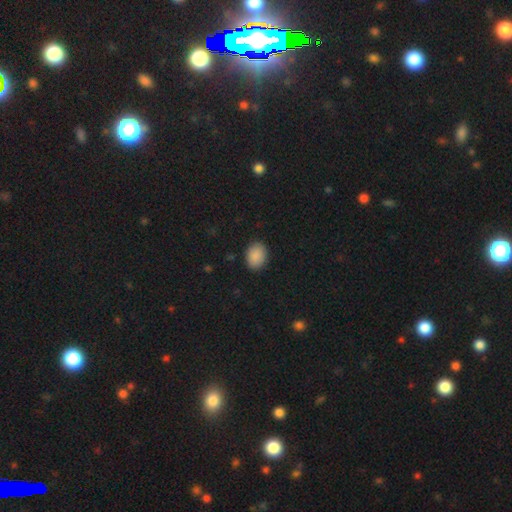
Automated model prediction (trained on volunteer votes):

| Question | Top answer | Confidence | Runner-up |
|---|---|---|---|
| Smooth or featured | smooth | 89% | star or artifact (8%) |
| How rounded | in between | 66% | round (34%) |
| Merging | none | 89% | minor disturbance (8%) |